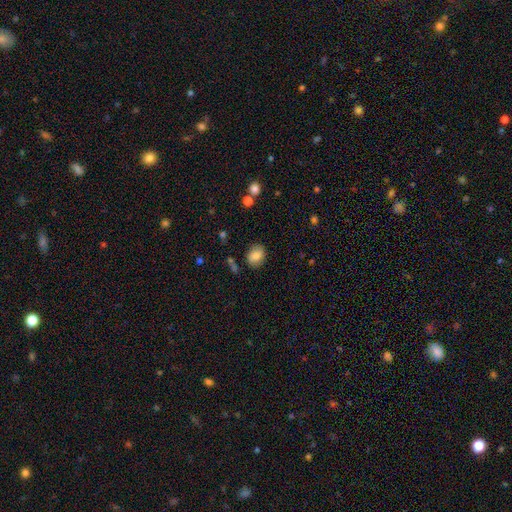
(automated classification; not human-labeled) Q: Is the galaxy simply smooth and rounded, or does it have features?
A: smooth — 81%.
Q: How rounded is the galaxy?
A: in between — 60%.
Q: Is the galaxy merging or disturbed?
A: none — 82%.